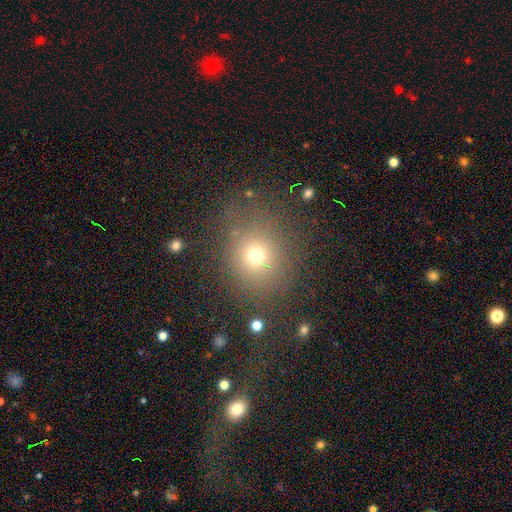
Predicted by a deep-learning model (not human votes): Smooth or featured?
  - smooth: 68% *
  - star or artifact: 21%
  - featured or disk: 12%
How rounded?
  - round: 77% *
  - in between: 22%
  - cigar-shaped: 1%
Merging?
  - none: 77% *
  - minor disturbance: 13%
  - major disturbance: 7%
  - merger: 3%